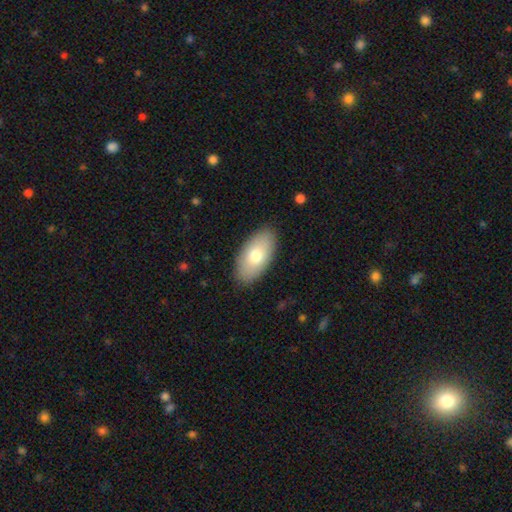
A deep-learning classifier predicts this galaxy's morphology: Q: Smooth or featured?
A: smooth (73%); runner-up: featured or disk (21%)
Q: How rounded?
A: in between (95%); runner-up: cigar-shaped (3%)
Q: Merging?
A: none (88%); runner-up: minor disturbance (9%)